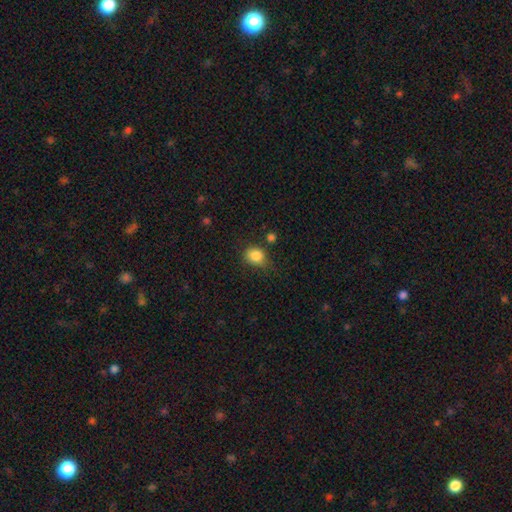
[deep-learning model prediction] Smooth or featured? smooth (84%)
How rounded? round (60%)
Merging? none (61%)